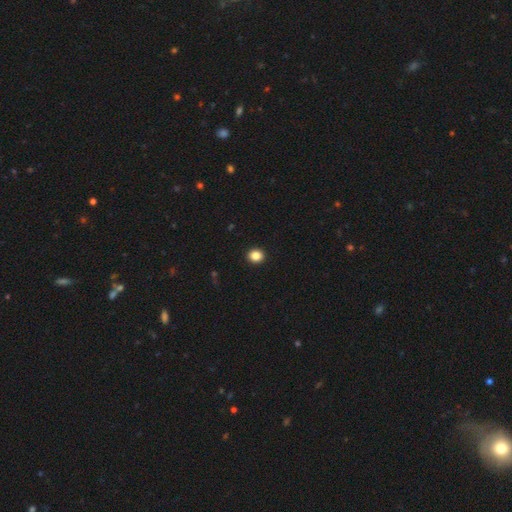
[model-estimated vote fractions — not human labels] Smooth or featured: smooth — 86% (star or artifact — 10%)
How rounded: round — 78% (in between — 22%)
Merging: none — 93% (minor disturbance — 5%)